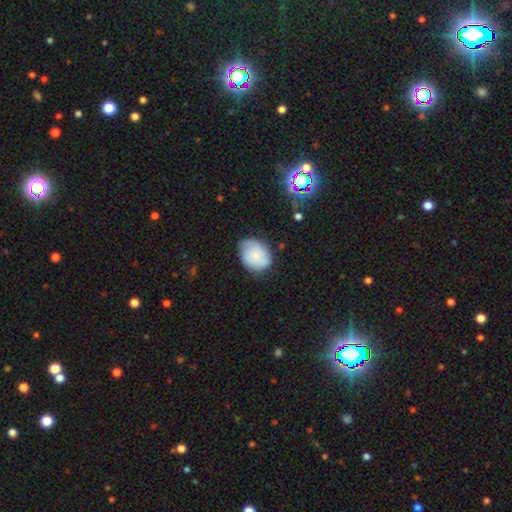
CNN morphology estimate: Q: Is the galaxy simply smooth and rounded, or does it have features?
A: smooth — 62%.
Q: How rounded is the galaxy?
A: in between — 58%.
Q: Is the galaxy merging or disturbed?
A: none — 60%.